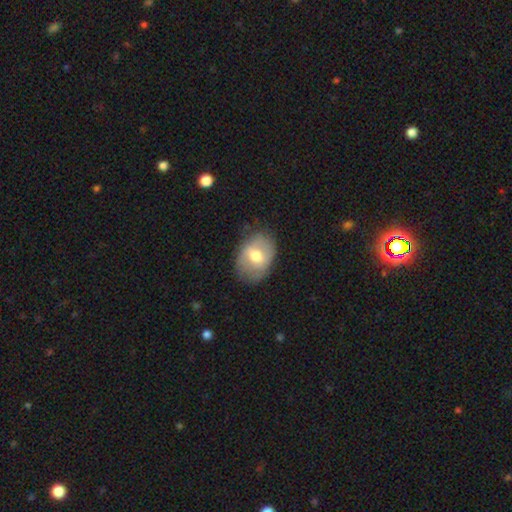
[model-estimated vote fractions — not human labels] The model was most divided on "smooth or featured": smooth: 58%, featured or disk: 35%, star or artifact: 7%. More confident: how rounded — in between (75%); merging — none (74%).